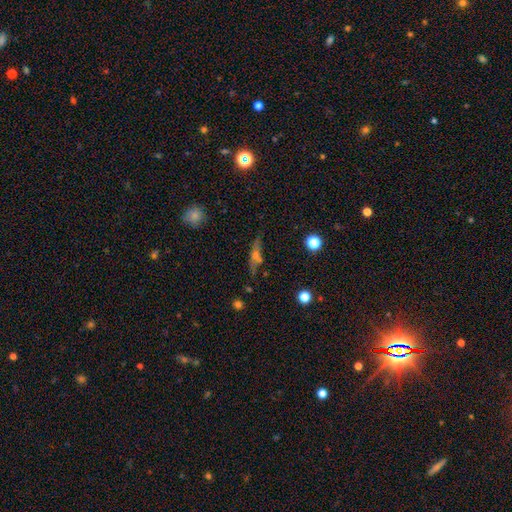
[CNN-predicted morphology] Smooth or featured: featured or disk — 49% (smooth — 36%)
Merging: none — 74% (minor disturbance — 15%)